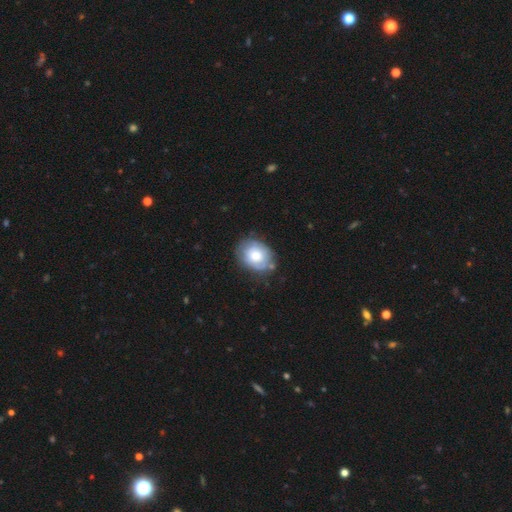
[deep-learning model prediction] smooth_or_featured: smooth (p=0.56) [alt: featured or disk p=0.37]
how_rounded: round (p=0.50) [alt: in between p=0.49]
merging: none (p=0.66) [alt: minor disturbance p=0.23]